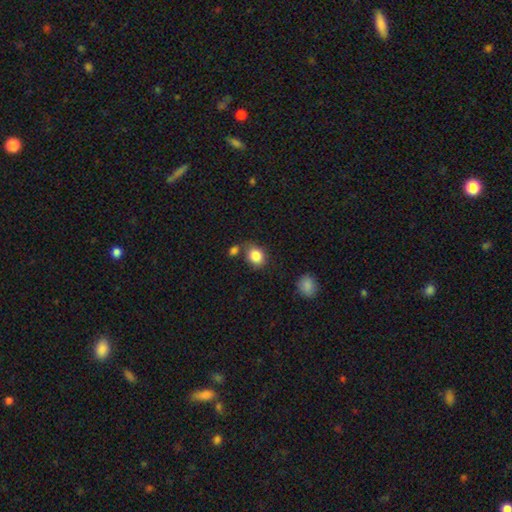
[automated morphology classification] smooth_or_featured: smooth (p=0.85) [alt: star or artifact p=0.09]
how_rounded: in between (p=0.52) [alt: round p=0.47]
merging: none (p=0.64) [alt: minor disturbance p=0.18]